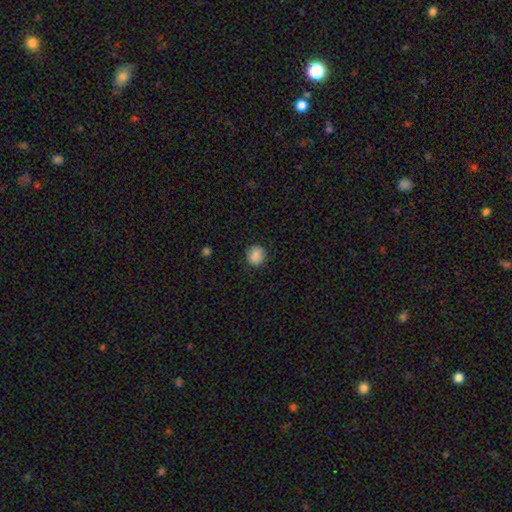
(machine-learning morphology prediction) The model was most divided on "how rounded": round: 86%, in between: 13%, cigar-shaped: 1%. More confident: smooth or featured — smooth (88%); merging — none (88%).